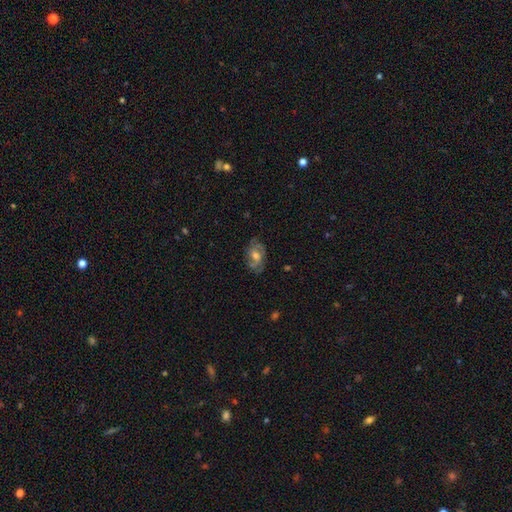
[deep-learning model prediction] A featured or disk galaxy (69%) with no bar (52%), 2 (44%) medium (44%) spiral arms (86%) and a moderate central bulge (66%). Merging: none (77%).